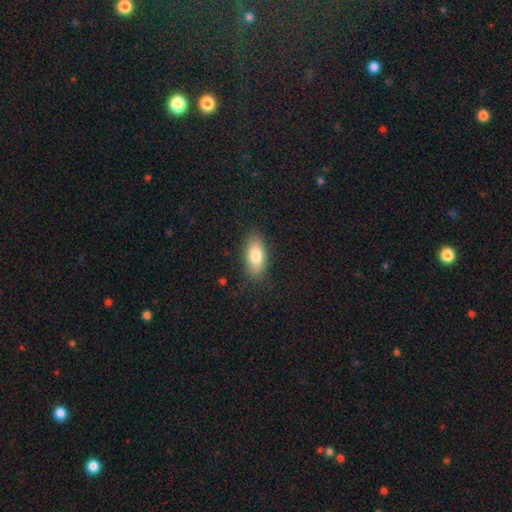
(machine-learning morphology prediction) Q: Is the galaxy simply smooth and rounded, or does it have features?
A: smooth — 80%.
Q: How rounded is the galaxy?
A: in between — 89%.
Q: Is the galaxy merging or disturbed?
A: none — 85%.